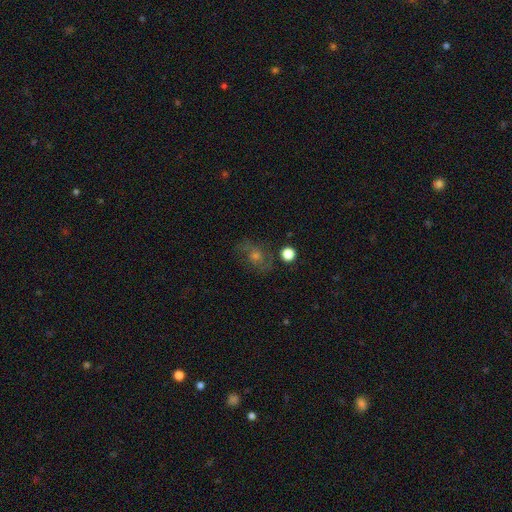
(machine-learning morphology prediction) Smooth or featured?
  - featured or disk: 50% *
  - smooth: 27%
  - star or artifact: 23%
Merging?
  - none: 70% *
  - minor disturbance: 17%
  - major disturbance: 9%
  - merger: 3%